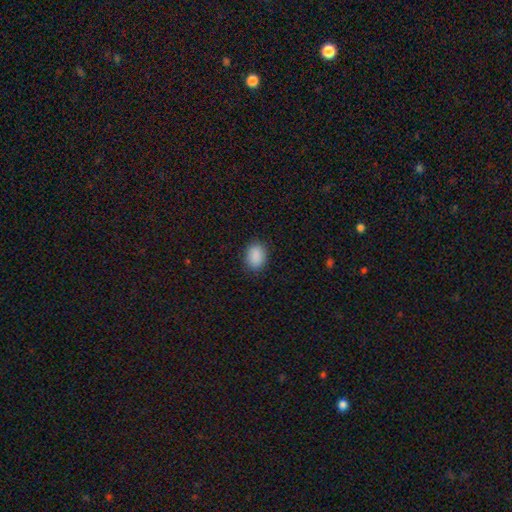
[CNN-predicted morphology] Overall: smooth (90%). How rounded: in between (72%). Merging: none (87%).